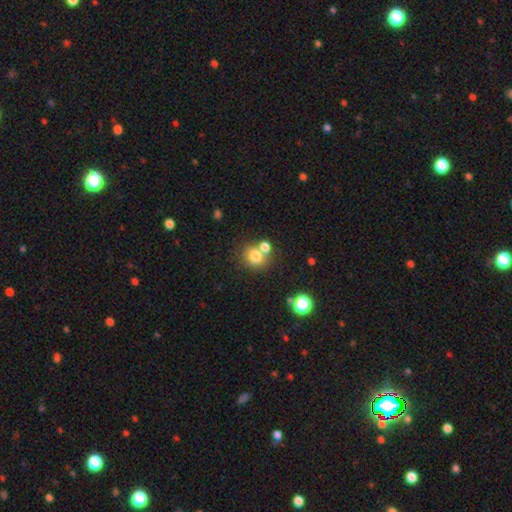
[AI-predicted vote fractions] smooth-or-featured: smooth: 77% | star or artifact: 13% | featured or disk: 10%
  how-rounded: round: 79% | in between: 20% | cigar-shaped: 1%
  merging: none: 56% | merger: 31% | minor disturbance: 9% | major disturbance: 4%